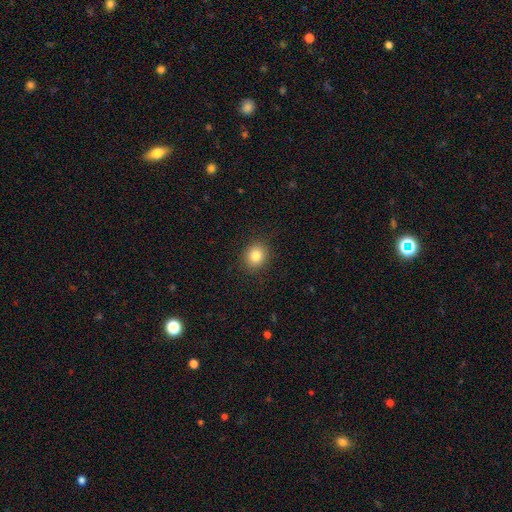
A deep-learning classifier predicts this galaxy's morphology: A smooth galaxy with no disk features (84%) that is round (72%).

Vote fractions:
- Smooth or featured? smooth: 84% / star or artifact: 10% / featured or disk: 6%
- How rounded? round: 72% / in between: 28% / cigar-shaped: 1%
- Merging? none: 89% / minor disturbance: 8% / major disturbance: 2% / merger: 1%